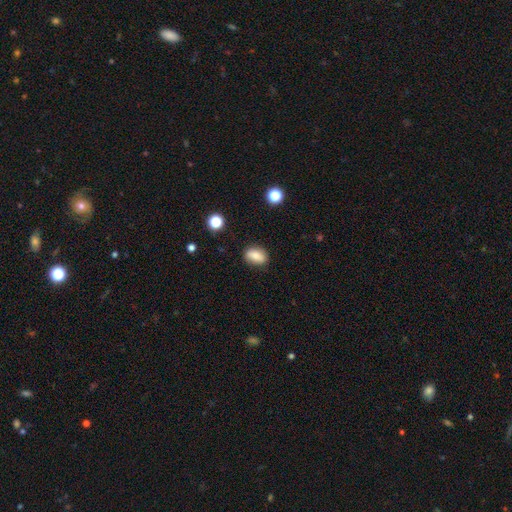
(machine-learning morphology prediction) A smooth galaxy with no disk features (78%) that is in between round and cigar-shaped (80%). Merging: none (84%).